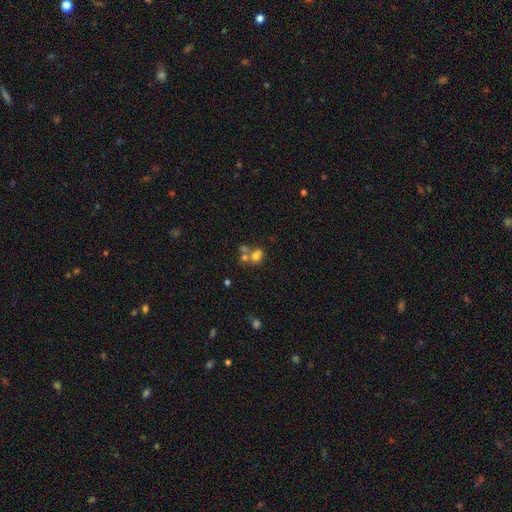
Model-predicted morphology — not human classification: A smooth galaxy with no disk features (69%) that is in between round and cigar-shaped (51%). Merging: merger (49%).